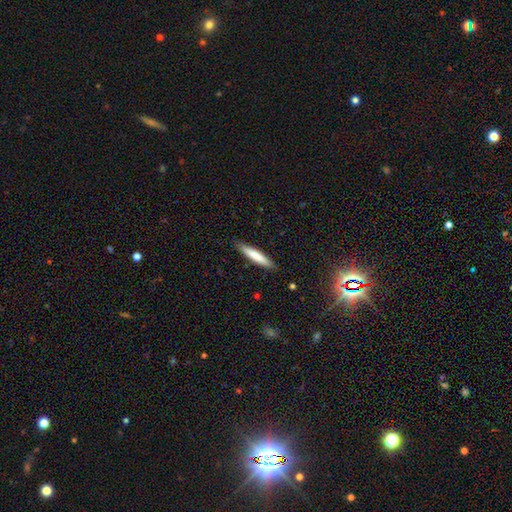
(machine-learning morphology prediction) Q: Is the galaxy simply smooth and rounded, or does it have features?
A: smooth — 75%.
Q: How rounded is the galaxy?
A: cigar-shaped — 90%.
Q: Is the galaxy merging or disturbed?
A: none — 89%.